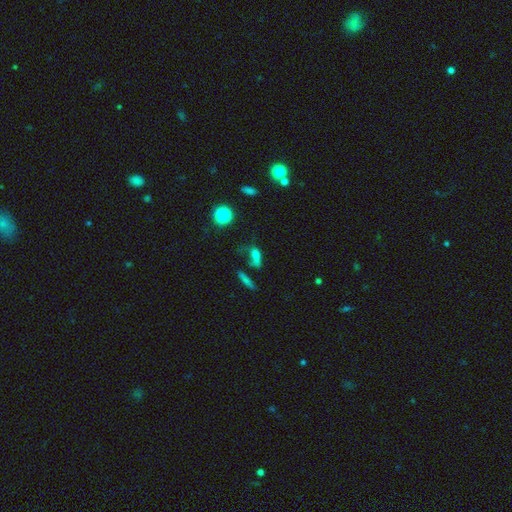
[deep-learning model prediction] Overall: smooth (57%; star or artifact 23%). How rounded: in between (58%; cigar-shaped 26%). Merging: none (34%; major disturbance 27%).